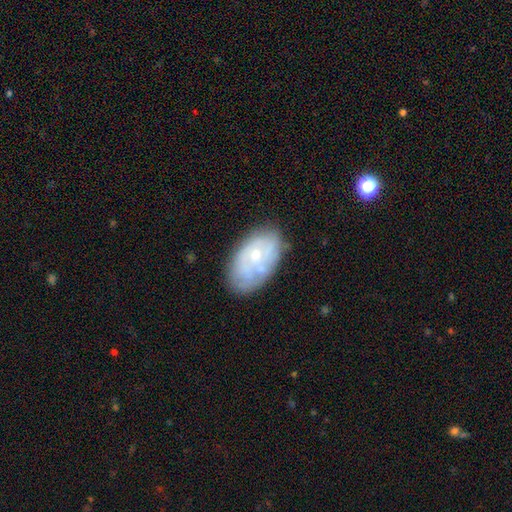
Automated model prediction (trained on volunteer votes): A featured or disk galaxy (54%) with no bar (84%), no spiral arms (54%) and a small central bulge (61%).

Vote fractions:
- Smooth or featured? featured or disk: 54% / smooth: 38% / star or artifact: 8%
- Edge-on disk? no: 95% / yes: 5%
- Bar? no: 84% / weak: 14% / strong: 2%
- Spiral arms? no: 54% / yes: 46%
- Bulge size? small: 61% / moderate: 34% / none: 3% / large: 2% / dominant: 1%
- Merging? none: 64% / minor disturbance: 23% / major disturbance: 7% / merger: 5%